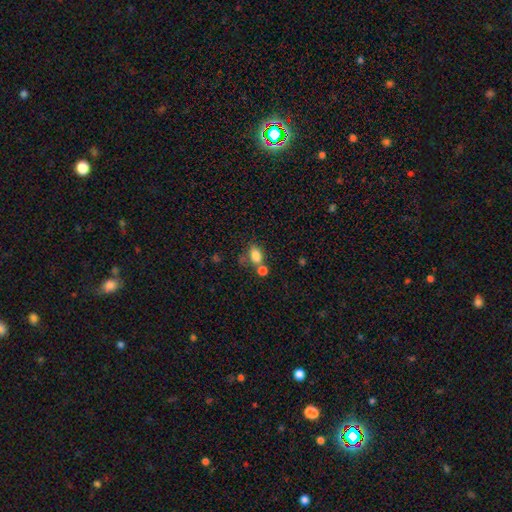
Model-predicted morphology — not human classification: A smooth galaxy with no disk features (82%) that is in between round and cigar-shaped (77%).

Vote fractions:
- Smooth or featured? smooth: 82% / star or artifact: 10% / featured or disk: 7%
- How rounded? in between: 77% / round: 21% / cigar-shaped: 2%
- Merging? none: 46% / merger: 31% / minor disturbance: 15% / major disturbance: 7%